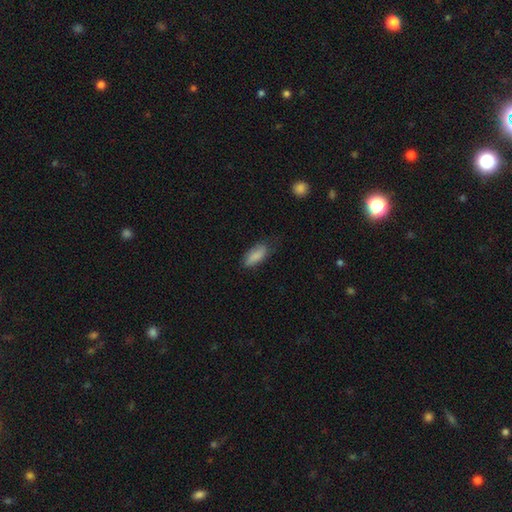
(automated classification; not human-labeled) The model was most divided on "merging": none: 65%, minor disturbance: 27%, major disturbance: 6%, merger: 1%. More confident: smooth or featured — smooth (85%); how rounded — in between (81%).